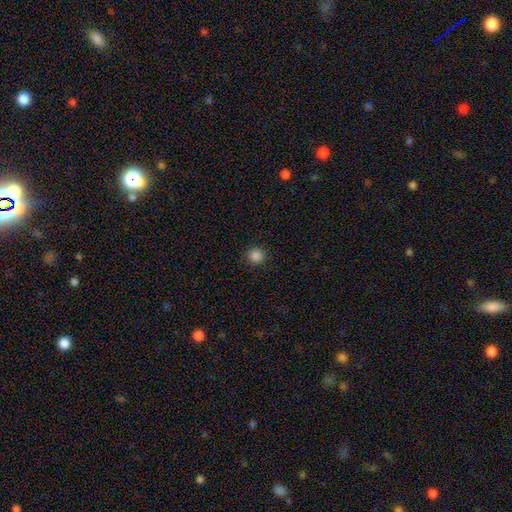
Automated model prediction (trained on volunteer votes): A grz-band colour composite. It shows a smooth galaxy with no disk features (85%) that is round (93%). Merging: none (91%).